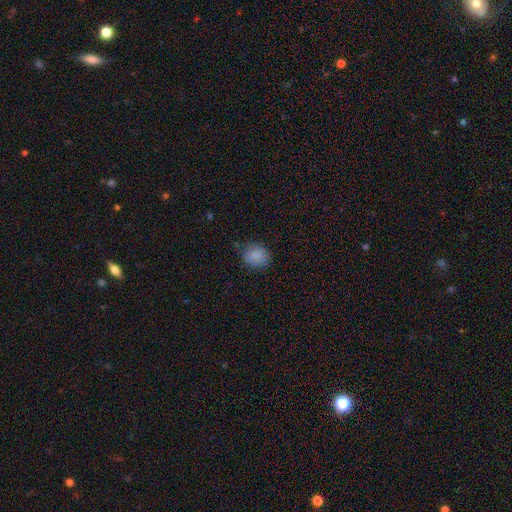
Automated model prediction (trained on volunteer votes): A smooth galaxy with no disk features (86%) that is round (66%).

Vote fractions:
- Smooth or featured? smooth: 86% / star or artifact: 9% / featured or disk: 5%
- How rounded? round: 66% / in between: 33% / cigar-shaped: 1%
- Merging? none: 78% / minor disturbance: 17% / major disturbance: 4% / merger: 1%